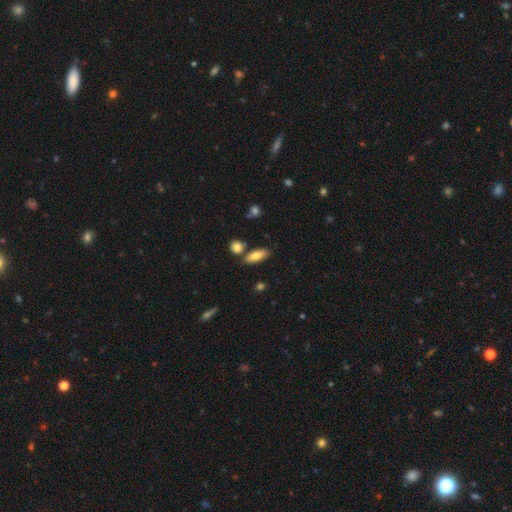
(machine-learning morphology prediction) Smooth or featured?
  - smooth: 78% *
  - featured or disk: 15%
  - star or artifact: 7%
How rounded?
  - in between: 74% *
  - cigar-shaped: 23%
  - round: 3%
Merging?
  - none: 75% *
  - minor disturbance: 11%
  - merger: 11%
  - major disturbance: 3%